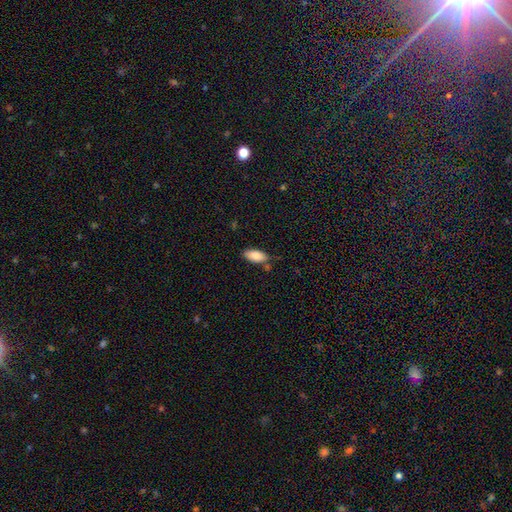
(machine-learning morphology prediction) Overall: smooth (87%). How rounded: in between (89%). Merging: none (72%).